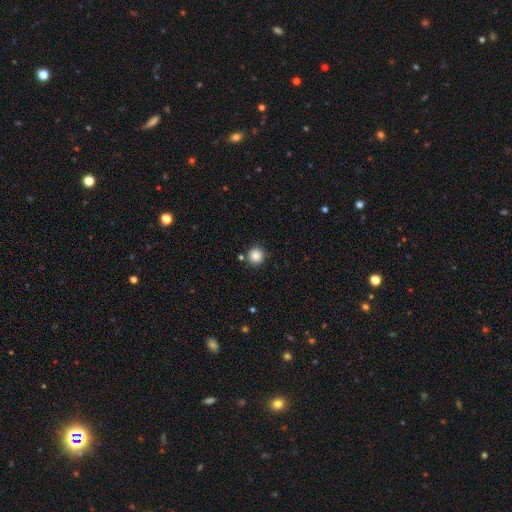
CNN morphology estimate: A smooth galaxy with no disk features (86%) that is round (94%). Merging: none (86%).